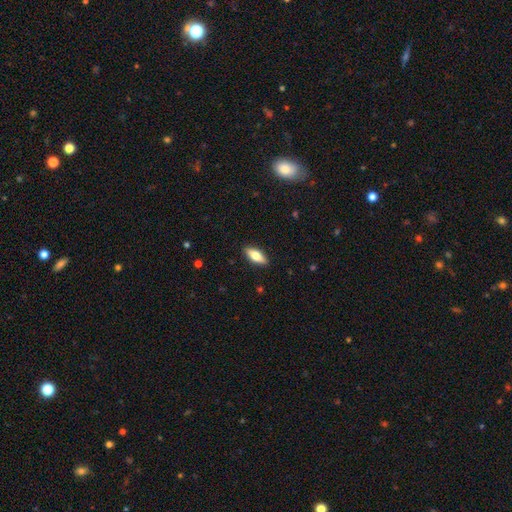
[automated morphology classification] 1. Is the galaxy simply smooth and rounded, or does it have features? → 67% smooth, 26% featured or disk, 6% star or artifact.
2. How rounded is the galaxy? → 70% in between, 28% cigar-shaped, 3% round.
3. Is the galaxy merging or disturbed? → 89% none, 8% minor disturbance, 2% major disturbance, 1% merger.